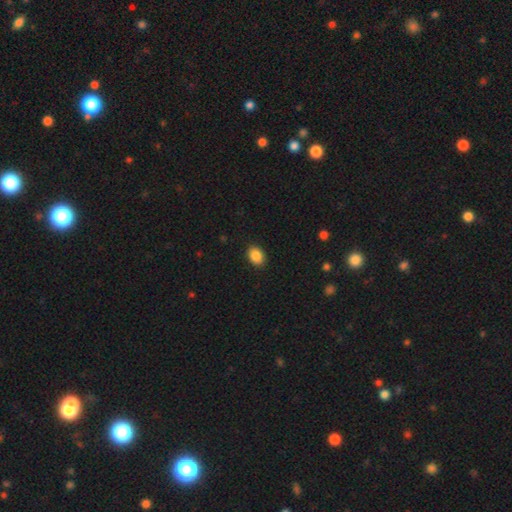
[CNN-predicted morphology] A smooth galaxy with no disk features (88%) that is in between round and cigar-shaped (74%).

Vote fractions:
- Smooth or featured? smooth: 88% / star or artifact: 8% / featured or disk: 4%
- How rounded? in between: 74% / round: 25% / cigar-shaped: 1%
- Merging? none: 89% / minor disturbance: 8% / major disturbance: 2% / merger: 1%